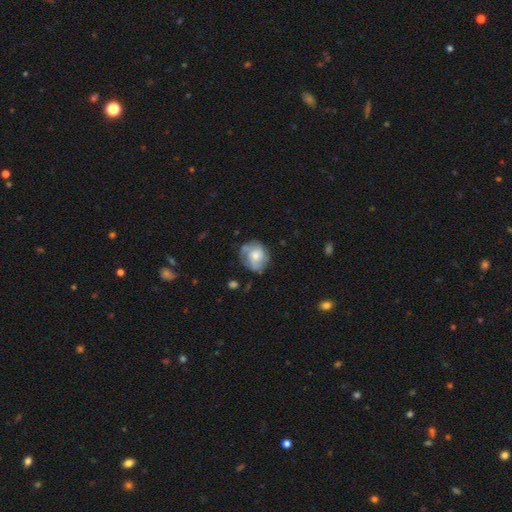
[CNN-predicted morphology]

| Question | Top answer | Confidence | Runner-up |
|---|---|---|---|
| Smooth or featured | smooth | 48% | featured or disk (45%) |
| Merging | none | 63% | minor disturbance (25%) |